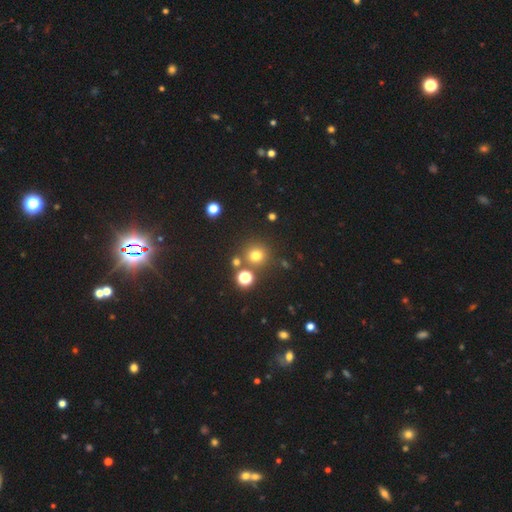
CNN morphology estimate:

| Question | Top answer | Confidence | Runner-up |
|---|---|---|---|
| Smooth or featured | smooth | 71% | star or artifact (22%) |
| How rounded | round | 92% | in between (7%) |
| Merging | none | 79% | merger (10%) |